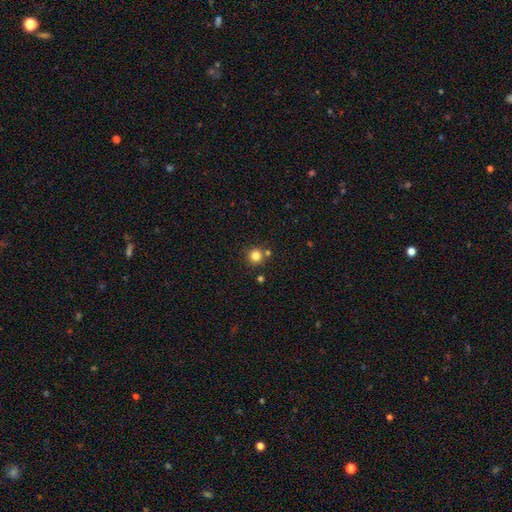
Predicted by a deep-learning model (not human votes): Q: Smooth or featured?
A: smooth (82%); runner-up: star or artifact (13%)
Q: How rounded?
A: round (94%); runner-up: in between (5%)
Q: Merging?
A: none (80%); runner-up: merger (10%)